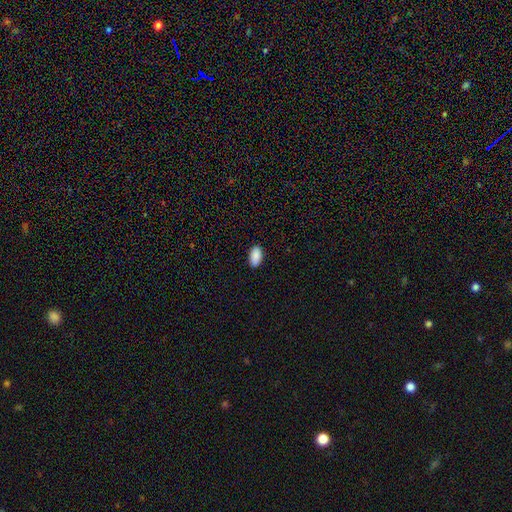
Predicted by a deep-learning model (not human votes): Morphology: type=smooth (90%); roundness=in between (94%); merging=none (89%).